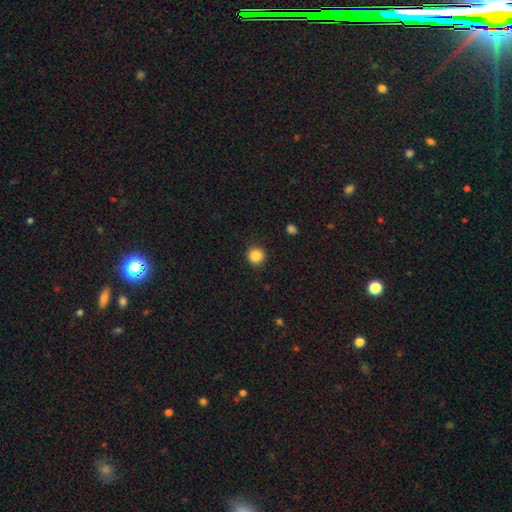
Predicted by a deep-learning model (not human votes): smooth 87%, star or artifact 10%, featured or disk 3%. Down the decision tree: how rounded — round (94%); merging — none (91%).